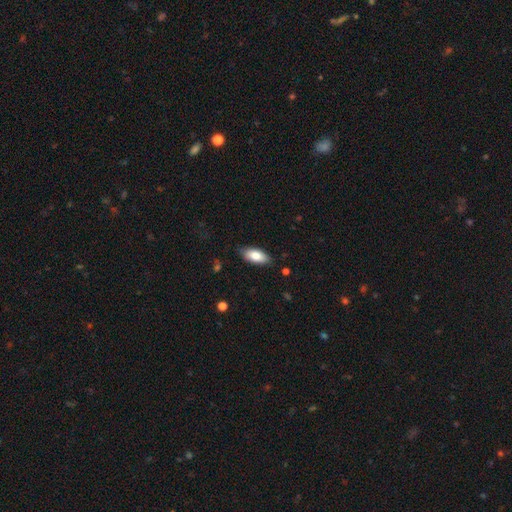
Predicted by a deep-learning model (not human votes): A smooth galaxy with no disk features (80%) that is in between round and cigar-shaped (87%). Merging: none (83%).